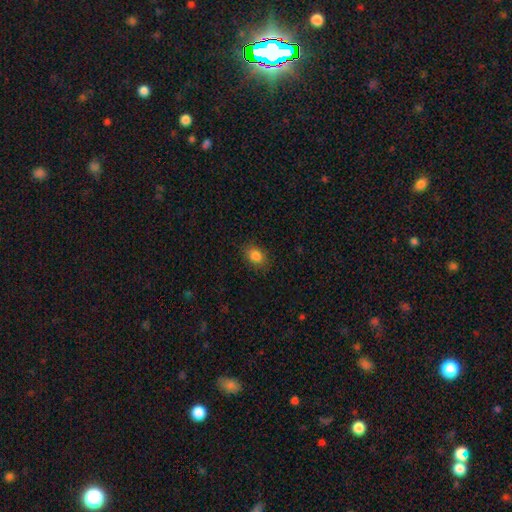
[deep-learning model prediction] The model was most divided on "how rounded": in between: 68%, round: 31%, cigar-shaped: 1%. More confident: merging — none (84%); smooth or featured — smooth (84%).